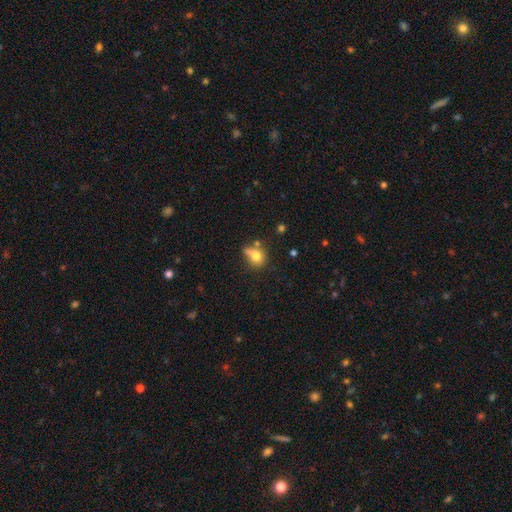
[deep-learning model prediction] Smooth or featured? smooth (74%)
How rounded? round (52%)
Merging? none (40%)